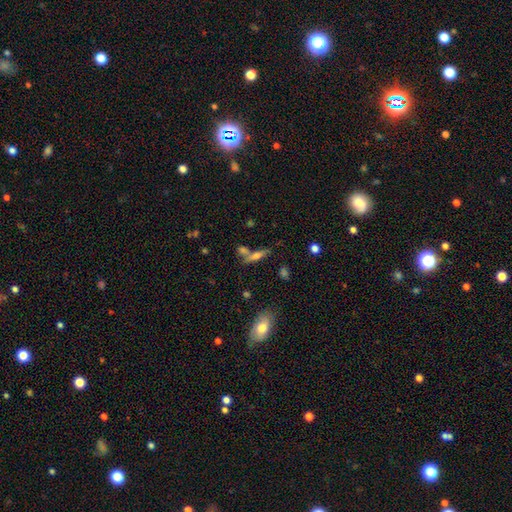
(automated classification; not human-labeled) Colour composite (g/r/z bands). It shows a smooth galaxy with no disk features (56%) that is cigar-shaped (62%). Merging: none (52%).